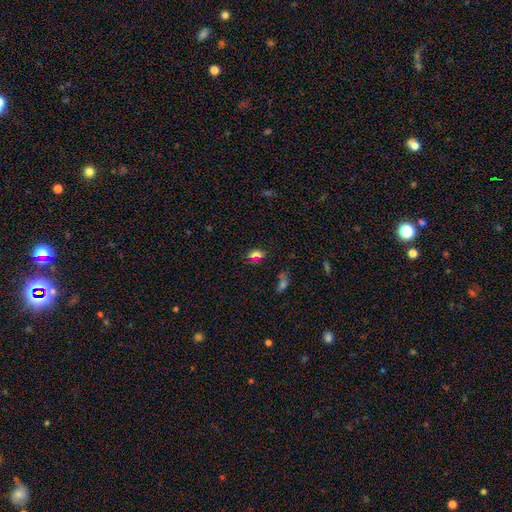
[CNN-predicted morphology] Overall: smooth (69%). How rounded: in between (82%). Merging: none (77%).